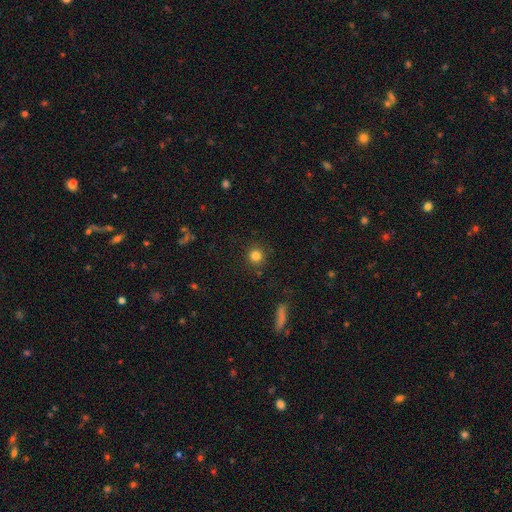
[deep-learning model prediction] This appears to be a smooth galaxy with no disk features (82%) that is round (93%). Merging: none (88%).